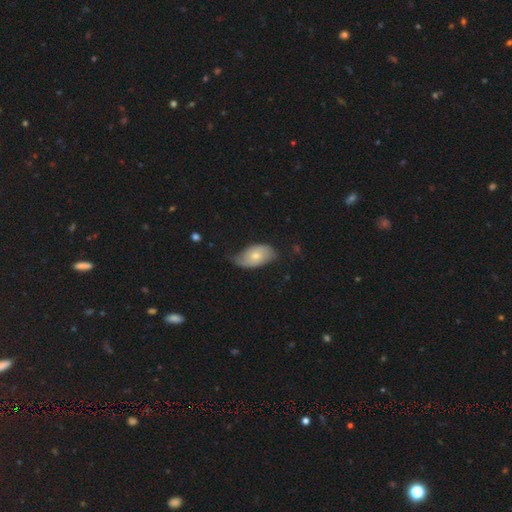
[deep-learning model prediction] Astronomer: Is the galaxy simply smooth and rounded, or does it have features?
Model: smooth — 53% (runner-up: featured or disk, 41%).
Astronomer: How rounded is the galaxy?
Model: in between — 92%.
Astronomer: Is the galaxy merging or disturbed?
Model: none — 55% (runner-up: minor disturbance, 34%).